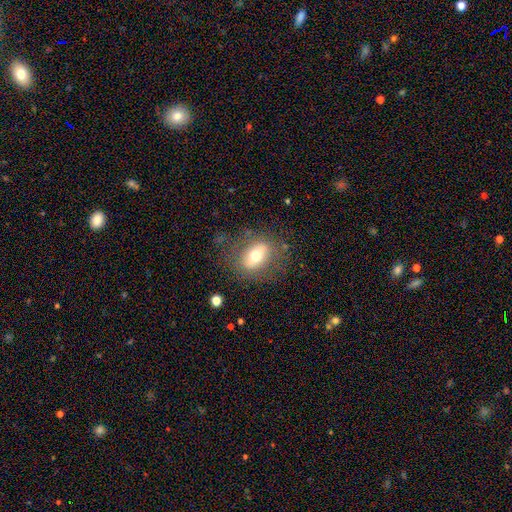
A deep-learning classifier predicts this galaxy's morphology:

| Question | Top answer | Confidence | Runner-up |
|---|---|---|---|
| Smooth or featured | smooth | 56% | featured or disk (34%) |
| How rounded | in between | 69% | round (28%) |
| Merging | none | 72% | minor disturbance (16%) |